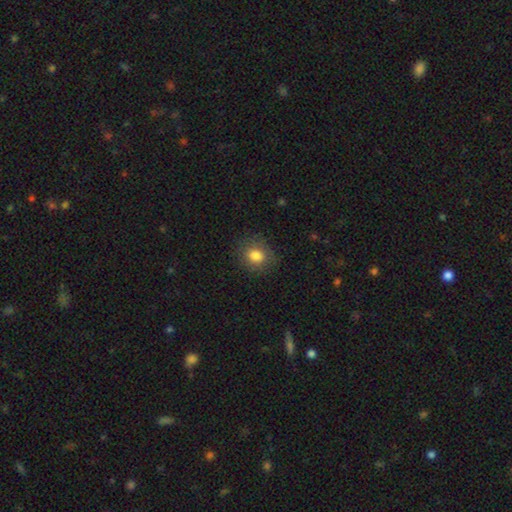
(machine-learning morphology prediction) A smooth galaxy with no disk features (82%) that is round (69%). Merging: none (84%).